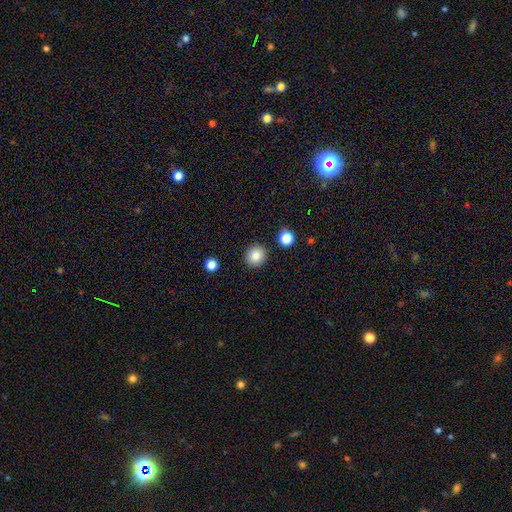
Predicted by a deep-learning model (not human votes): The model was most divided on "smooth or featured": smooth: 85%, star or artifact: 10%, featured or disk: 5%. More confident: merging — none (90%); how rounded — round (87%).